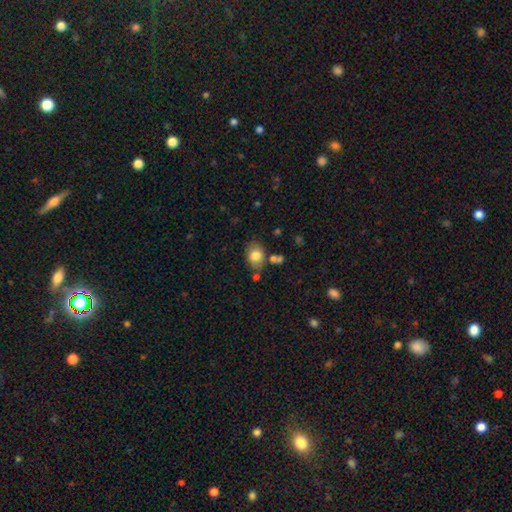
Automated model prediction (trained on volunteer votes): smooth-or-featured: smooth: 80% | featured or disk: 11% | star or artifact: 9%
  how-rounded: in between: 64% | round: 35% | cigar-shaped: 1%
  merging: none: 73% | minor disturbance: 15% | merger: 8% | major disturbance: 4%